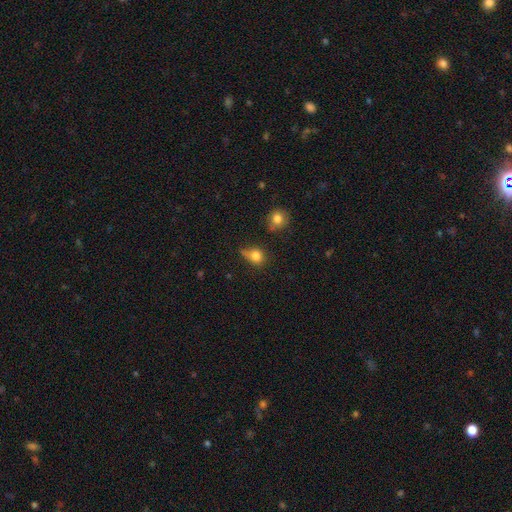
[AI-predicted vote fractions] A smooth galaxy with no disk features (79%) that is round (66%).

Vote fractions:
- Smooth or featured? smooth: 79% / star or artifact: 12% / featured or disk: 9%
- How rounded? round: 66% / in between: 32% / cigar-shaped: 2%
- Merging? none: 46% / minor disturbance: 31% / major disturbance: 14% / merger: 10%